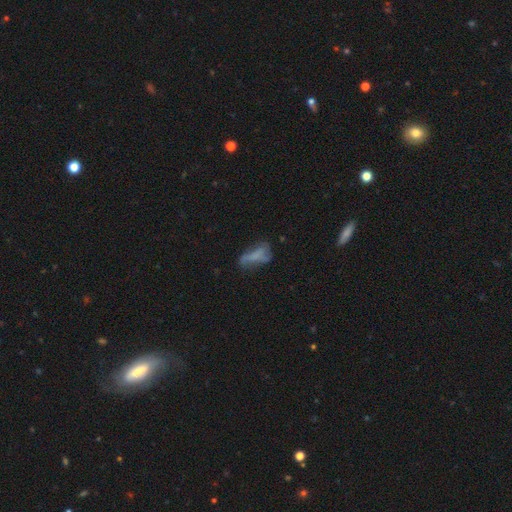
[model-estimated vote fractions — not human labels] A smooth galaxy with no disk features (47%).

Vote fractions:
- Smooth or featured? smooth: 47% / featured or disk: 37% / star or artifact: 15%
- Merging? none: 35% / major disturbance: 33% / minor disturbance: 25% / merger: 7%